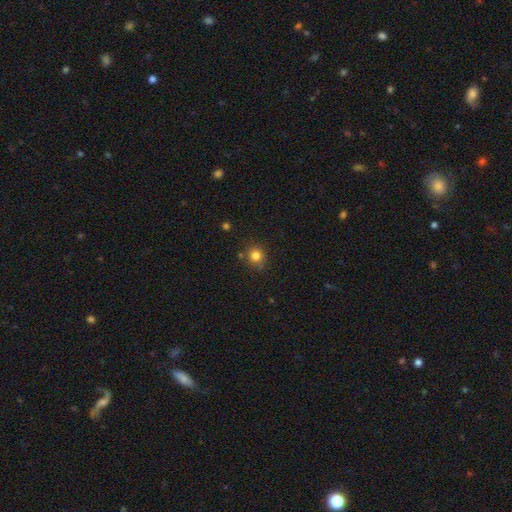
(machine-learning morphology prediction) smooth-or-featured: smooth: 81% | star or artifact: 13% | featured or disk: 6%
  how-rounded: round: 89% | in between: 10% | cigar-shaped: 1%
  merging: none: 81% | minor disturbance: 11% | merger: 5% | major disturbance: 3%